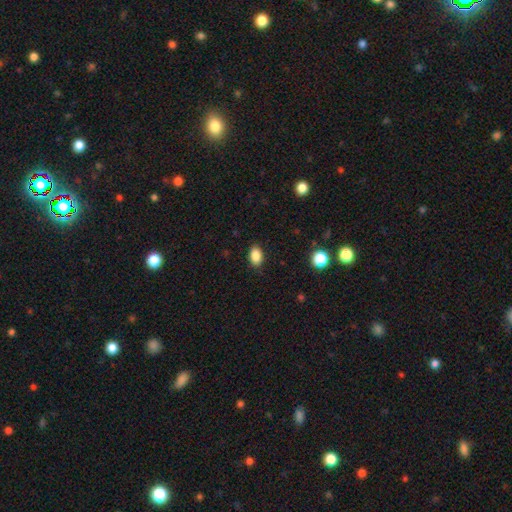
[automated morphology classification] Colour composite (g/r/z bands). It shows a smooth galaxy with no disk features (87%) that is in between round and cigar-shaped (85%). Merging: none (88%).